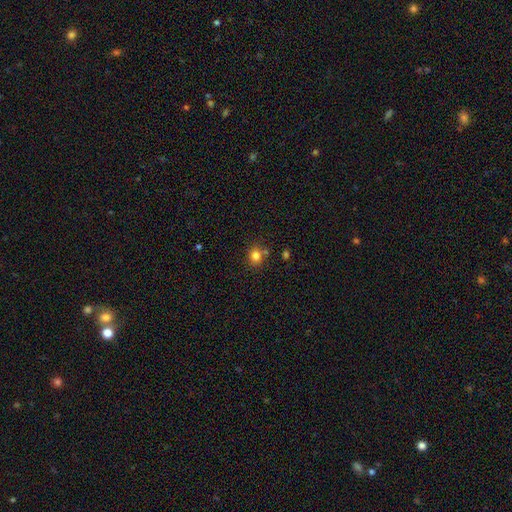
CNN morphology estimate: Overall: smooth (81%). How rounded: round (74%). Merging: none (72%).